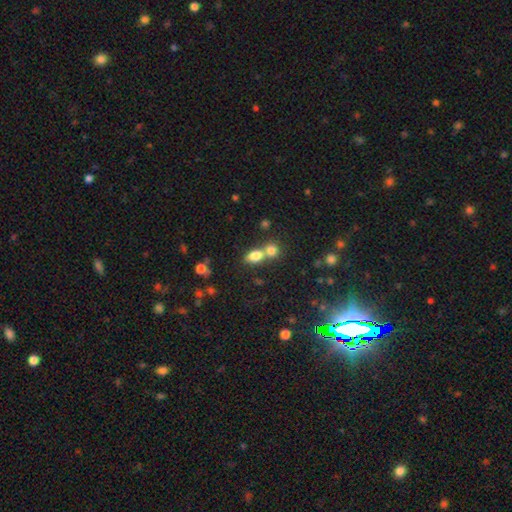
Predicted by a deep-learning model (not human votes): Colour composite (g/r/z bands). It shows a smooth galaxy with no disk features (78%) that is in between round and cigar-shaped (76%). Merging: merger (55%).